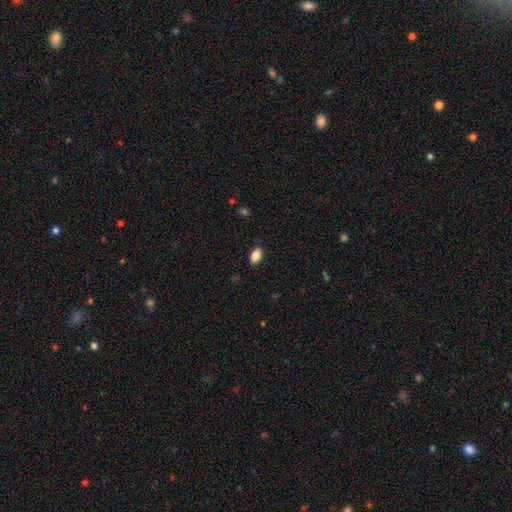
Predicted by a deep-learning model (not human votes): Q: Smooth or featured?
A: smooth (86%); runner-up: star or artifact (8%)
Q: How rounded?
A: in between (91%); runner-up: round (7%)
Q: Merging?
A: none (85%); runner-up: minor disturbance (12%)